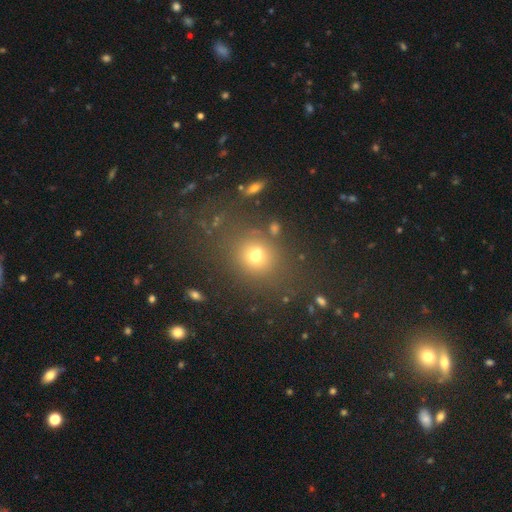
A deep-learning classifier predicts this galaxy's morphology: A smooth galaxy with no disk features (68%) that is round (70%).

Vote fractions:
- Smooth or featured? smooth: 68% / star or artifact: 21% / featured or disk: 11%
- How rounded? round: 70% / in between: 29% / cigar-shaped: 1%
- Merging? none: 68% / minor disturbance: 13% / merger: 12% / major disturbance: 8%